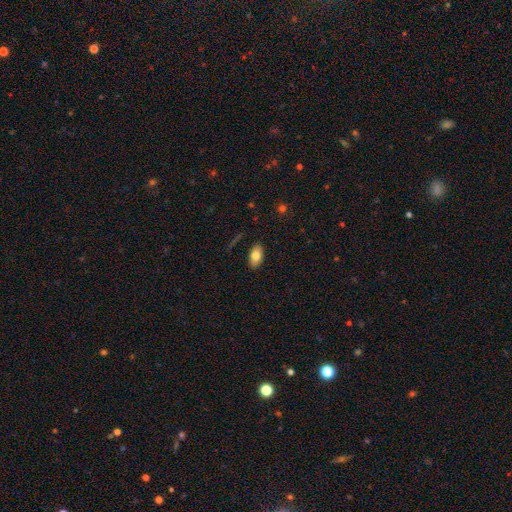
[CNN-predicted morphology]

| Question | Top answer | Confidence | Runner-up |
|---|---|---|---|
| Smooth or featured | smooth | 78% | featured or disk (15%) |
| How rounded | in between | 92% | round (4%) |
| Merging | none | 87% | minor disturbance (10%) |